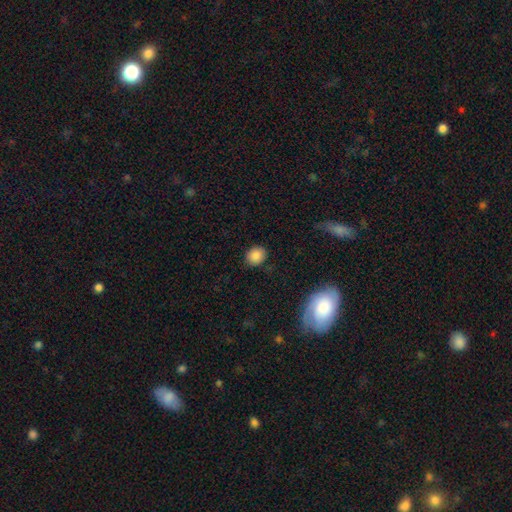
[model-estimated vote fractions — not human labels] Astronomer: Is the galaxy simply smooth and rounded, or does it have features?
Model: smooth — 85%.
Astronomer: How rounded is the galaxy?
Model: round — 65%.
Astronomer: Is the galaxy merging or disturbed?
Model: none — 87%.